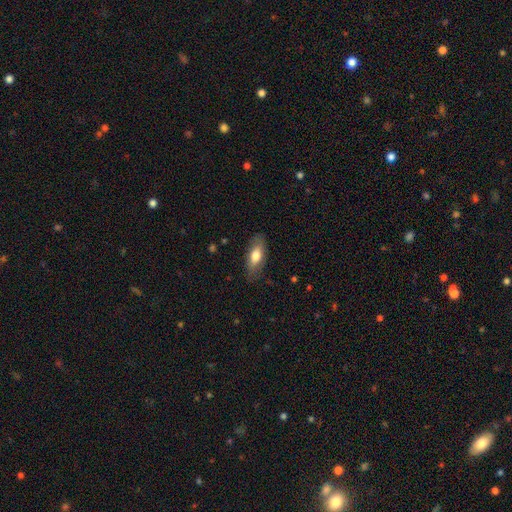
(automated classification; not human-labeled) Overall: smooth (70%). How rounded: in between (81%). Merging: none (80%).